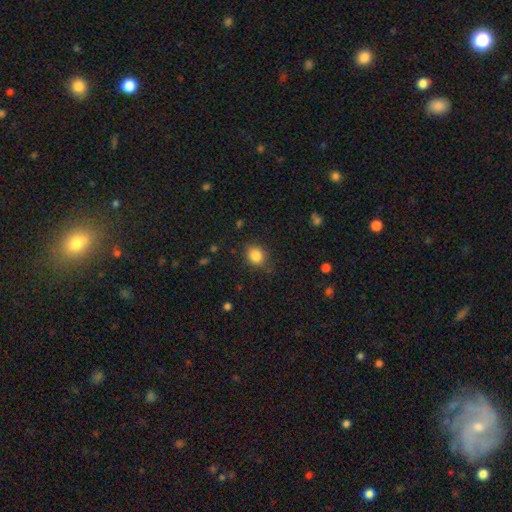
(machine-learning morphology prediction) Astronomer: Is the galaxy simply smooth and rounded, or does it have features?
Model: smooth — 85%.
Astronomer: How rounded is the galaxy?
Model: round — 67%.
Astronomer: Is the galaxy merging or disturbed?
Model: none — 83%.